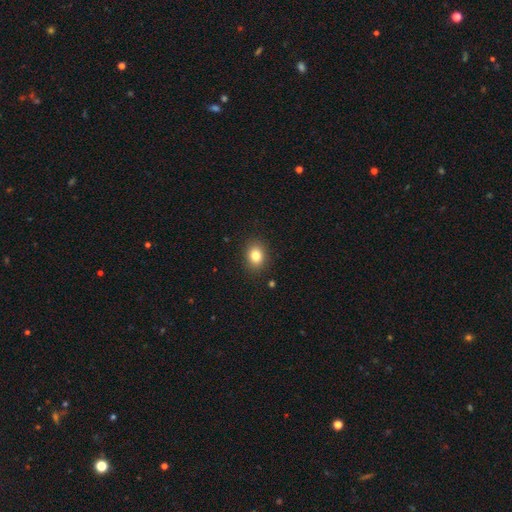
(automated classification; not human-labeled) Smooth or featured? smooth (82%)
How rounded? in between (51%)
Merging? none (88%)